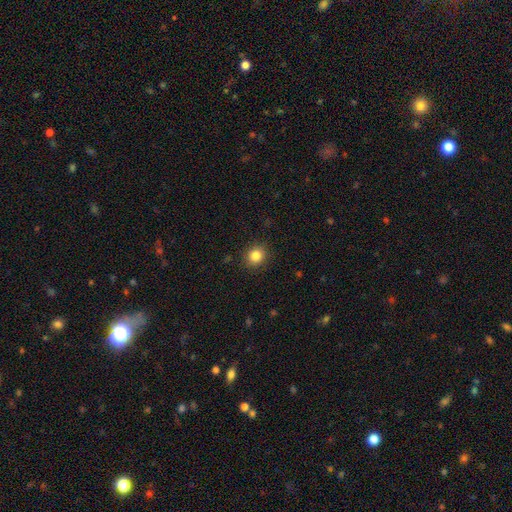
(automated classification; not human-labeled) The model was most divided on "how rounded": round: 81%, in between: 18%, cigar-shaped: 1%. More confident: merging — none (90%); smooth or featured — smooth (84%).